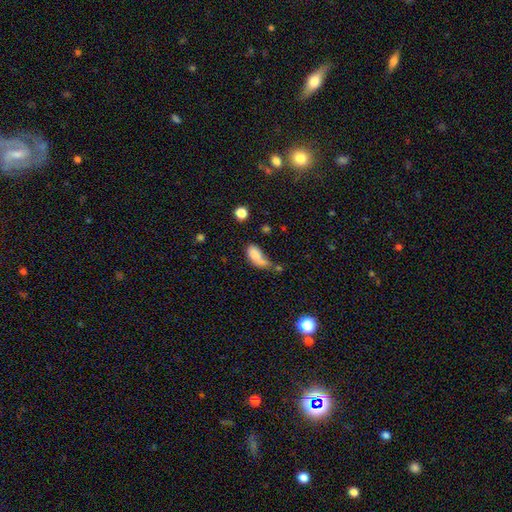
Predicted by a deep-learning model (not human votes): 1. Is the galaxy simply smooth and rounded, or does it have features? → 76% smooth, 15% featured or disk, 9% star or artifact.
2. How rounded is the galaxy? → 87% in between, 9% cigar-shaped, 5% round.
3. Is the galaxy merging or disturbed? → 28% minor disturbance (tied), 28% major disturbance (tied), 27% none, 18% merger.